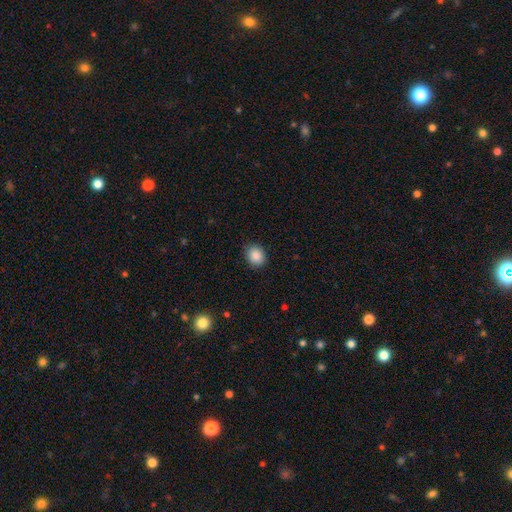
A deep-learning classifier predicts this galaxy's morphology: type=smooth (88%); roundness=round (70%); merging=none (88%).